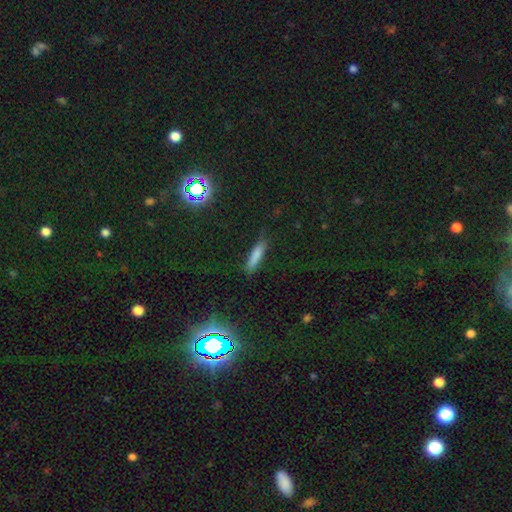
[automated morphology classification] A smooth galaxy with no disk features (79%) that is cigar-shaped (82%). Merging: none (80%).